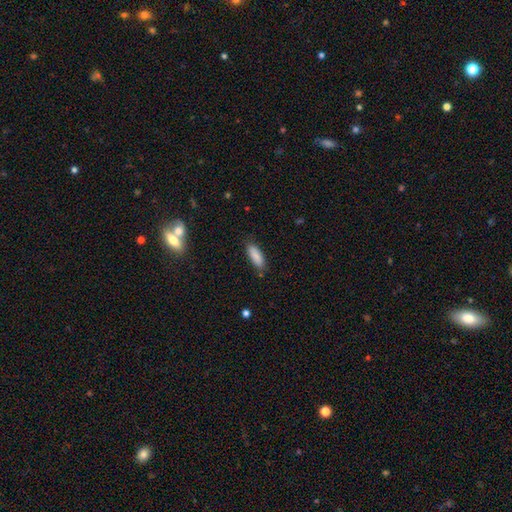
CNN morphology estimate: The model was most divided on "how rounded": in between: 64%, cigar-shaped: 34%, round: 2%. More confident: smooth or featured — smooth (87%); merging — none (82%).